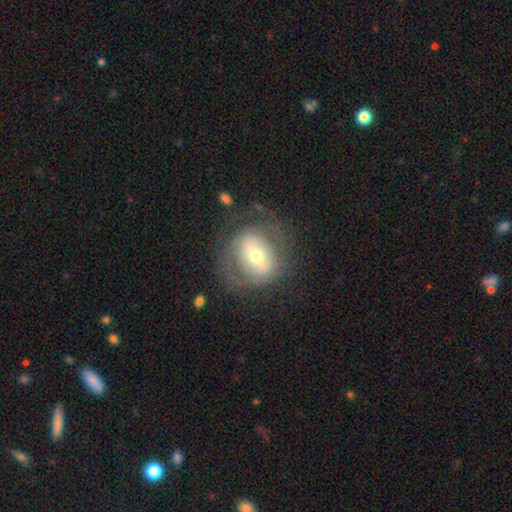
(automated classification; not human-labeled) Smooth or featured? Predicted: featured or disk (p=0.59). Edge-on disk? Predicted: no (p=0.93). Bar? Predicted: strong (p=0.41). Spiral arms? Predicted: no (p=0.55). Bulge size? Predicted: moderate (p=0.59). Merging? Predicted: none (p=0.65).